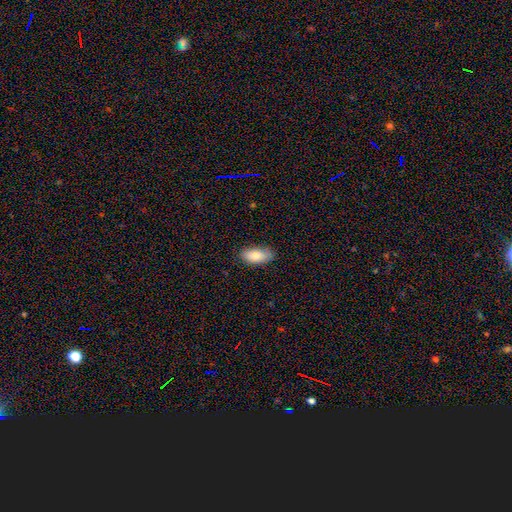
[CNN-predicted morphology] Smooth or featured?
  - smooth: 85% *
  - featured or disk: 8%
  - star or artifact: 7%
How rounded?
  - in between: 91% *
  - cigar-shaped: 7%
  - round: 2%
Merging?
  - none: 80% *
  - minor disturbance: 16%
  - major disturbance: 3%
  - merger: 1%